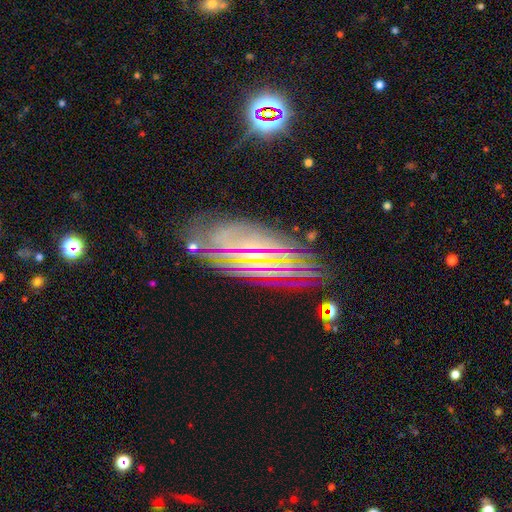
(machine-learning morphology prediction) Smooth or featured? featured or disk (71%)
Edge-on disk? no (85%)
Bar? weak (37%)
Spiral arms? yes (91%)
Spiral winding? tight (73%)
Spiral arm count? can't tell (42%)
Bulge size? small (64%)
Merging? none (78%)